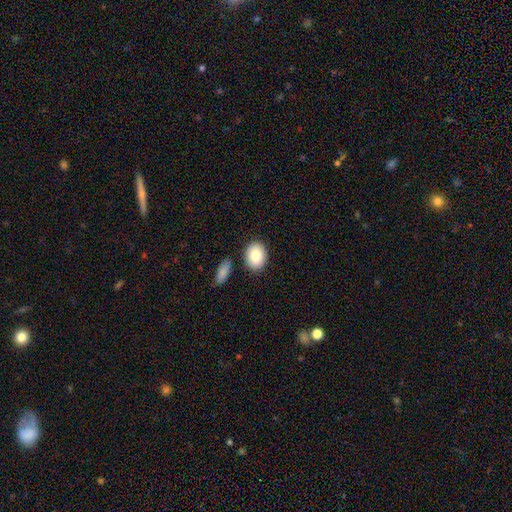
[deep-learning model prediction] Smooth or featured: smooth — 87% (featured or disk — 7%)
How rounded: in between — 72% (round — 27%)
Merging: none — 82% (minor disturbance — 10%)